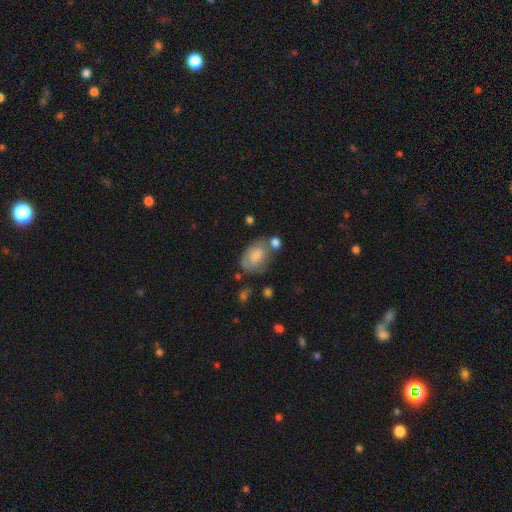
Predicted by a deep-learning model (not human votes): Smooth or featured: smooth — 71% (featured or disk — 21%)
How rounded: in between — 82% (round — 17%)
Merging: none — 44% (minor disturbance — 26%)